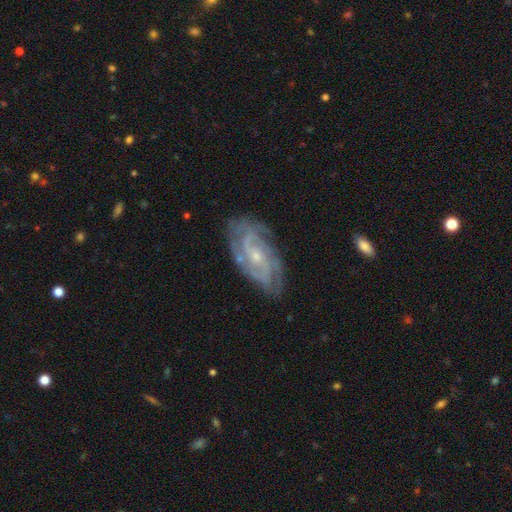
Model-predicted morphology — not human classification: Smooth or featured?
  - featured or disk: 88% *
  - smooth: 6%
  - star or artifact: 6%
Edge-on disk?
  - no: 96% *
  - yes: 4%
Bar?
  - no: 57% *
  - weak: 35%
  - strong: 8%
Spiral arms?
  - yes: 97% *
  - no: 3%
Spiral winding?
  - tight: 54% *
  - medium: 38%
  - loose: 7%
Spiral arm count?
  - 2: 33% *
  - 3: 25%
  - can't tell: 19%
  - 4: 12%
  - more than 4: 6%
  - 1: 6%
Bulge size?
  - small: 66% *
  - moderate: 29%
  - none: 2%
  - large: 1%
  - dominant: 1%
Merging?
  - none: 78% *
  - minor disturbance: 17%
  - major disturbance: 4%
  - merger: 1%